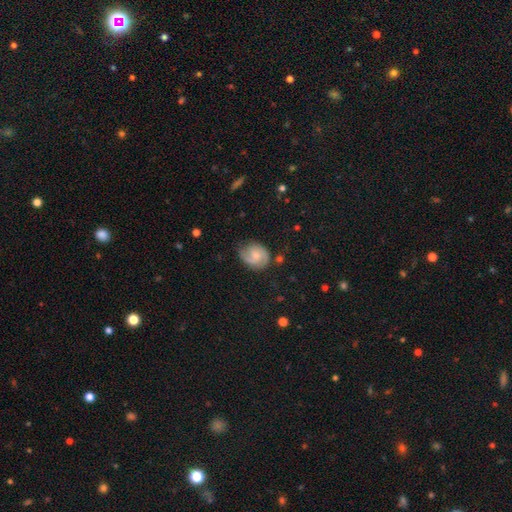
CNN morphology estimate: featured or disk 61%, smooth 31%, star or artifact 7%. Down the decision tree: edge-on disk — no (98%); bar — no (57%); spiral arms — yes (91%); spiral arm count — 2 (74%); spiral winding — medium (45%); bulge size — small (45%); merging — none (66%).